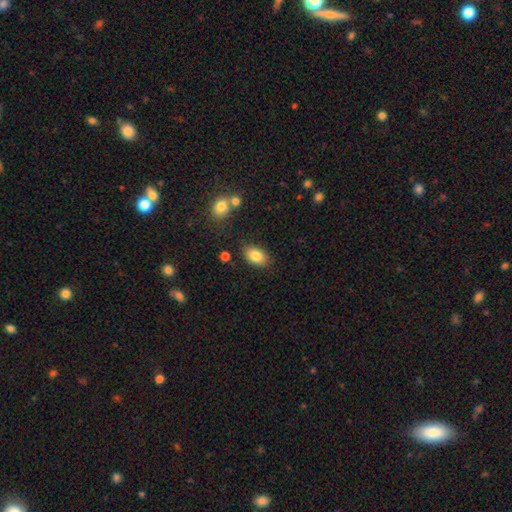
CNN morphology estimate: Smooth or featured? Predicted: smooth (p=0.84). How rounded? Predicted: in between (p=0.88). Merging? Predicted: none (p=0.82).